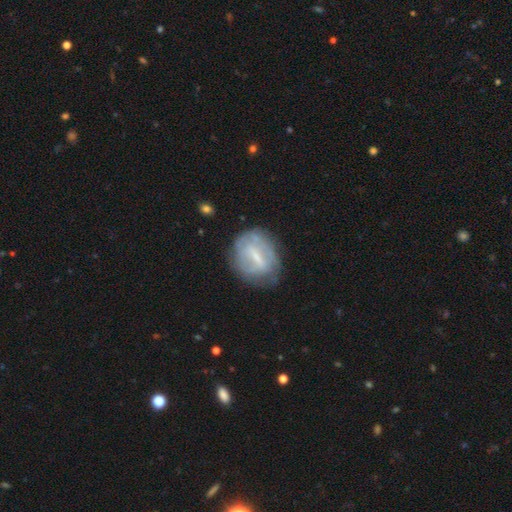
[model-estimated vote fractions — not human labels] Smooth or featured: featured or disk — 58% (smooth — 34%)
Edge-on disk: no — 94% (yes — 6%)
Bar: weak — 44% (strong — 42%)
Spiral arms: no — 59% (yes — 41%)
Bulge size: small — 51% (moderate — 23%)
Merging: none — 64% (minor disturbance — 24%)